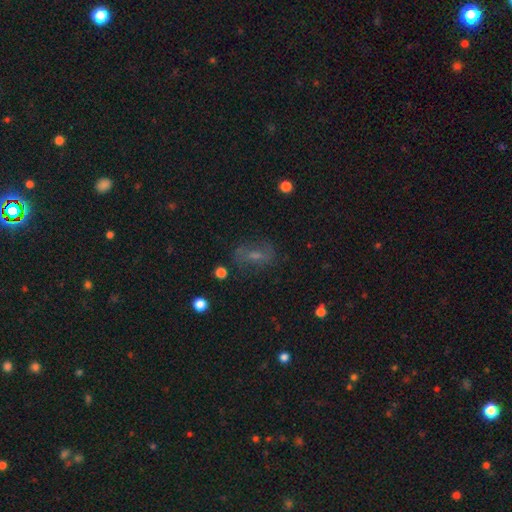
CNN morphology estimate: The model was most divided on "smooth or featured": smooth: 40%, featured or disk: 37%, star or artifact: 23%. More confident: merging — none (66%).